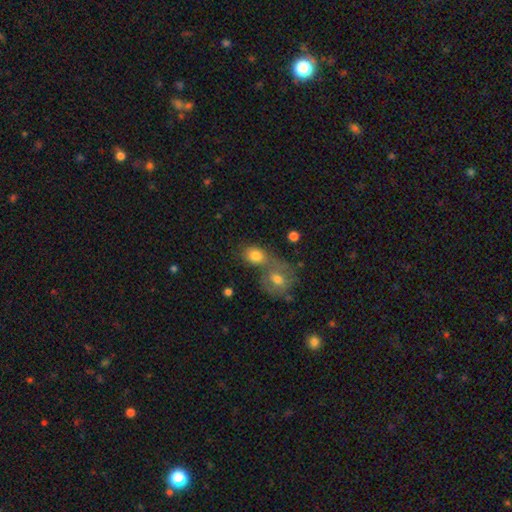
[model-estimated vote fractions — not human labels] This is likely a smooth galaxy (79%). How rounded: possibly in between (53%). Merging: possibly merger (51%).